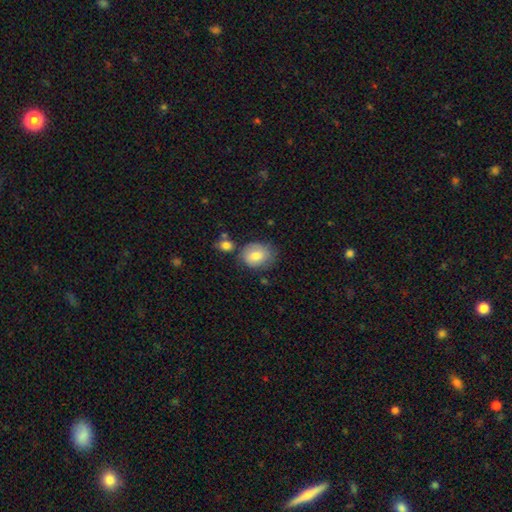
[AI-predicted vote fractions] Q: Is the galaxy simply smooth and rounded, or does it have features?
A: smooth — 77%.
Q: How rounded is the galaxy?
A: round — 52%.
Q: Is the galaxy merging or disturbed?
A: none — 64%.